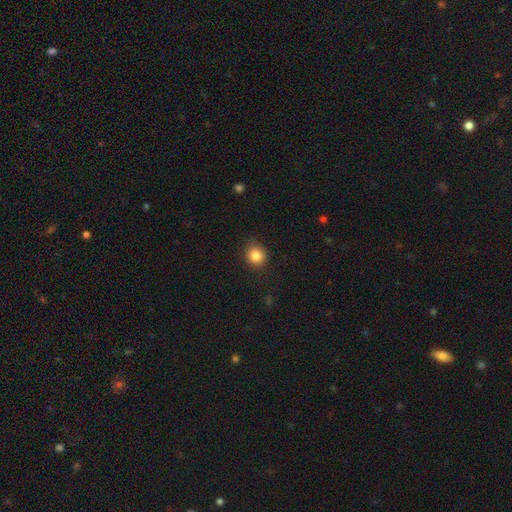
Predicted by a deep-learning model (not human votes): Smooth or featured? smooth (84%)
How rounded? round (85%)
Merging? none (83%)